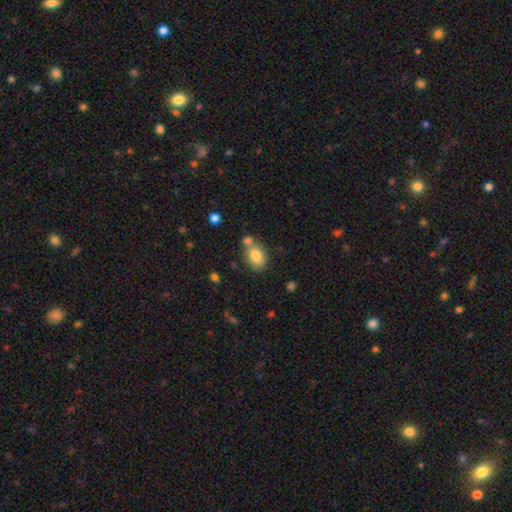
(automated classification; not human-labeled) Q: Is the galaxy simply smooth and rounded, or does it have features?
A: smooth — 80%.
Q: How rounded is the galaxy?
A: in between — 81%.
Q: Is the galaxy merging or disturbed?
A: none — 55%.